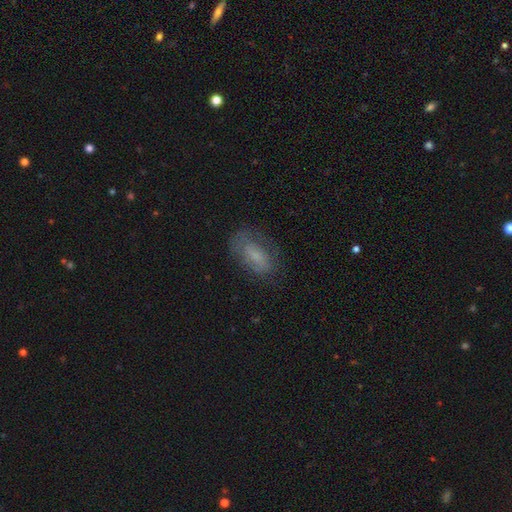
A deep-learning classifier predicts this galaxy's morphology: The model was most divided on "smooth or featured": smooth: 57%, featured or disk: 33%, star or artifact: 10%. More confident: how rounded — in between (87%); merging — none (63%).